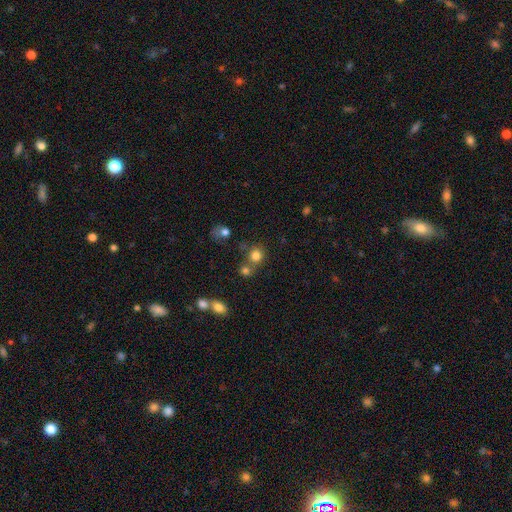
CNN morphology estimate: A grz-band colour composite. It shows a smooth galaxy with no disk features (80%) that is round (85%). Merging: none (59%).